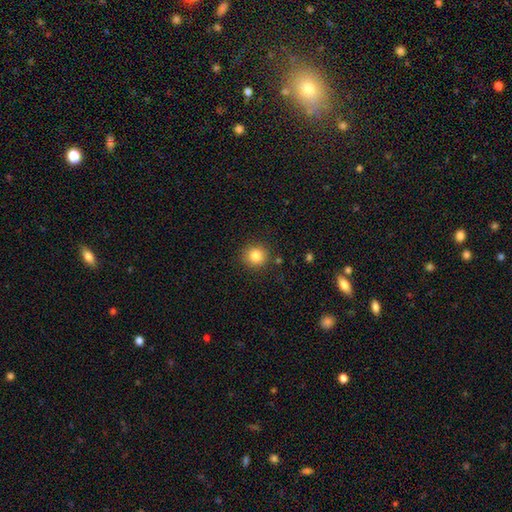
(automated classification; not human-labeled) This appears to be a smooth galaxy with no disk features (84%) that is round (89%). Merging: none (88%).